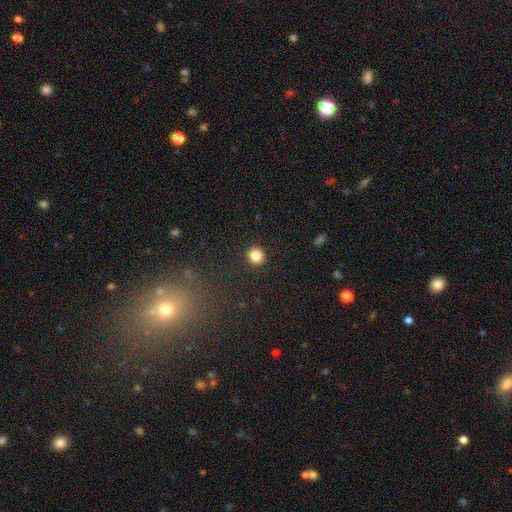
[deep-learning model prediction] smooth_or_featured: smooth (p=0.84) [alt: star or artifact p=0.11]
how_rounded: round (p=0.92) [alt: in between p=0.07]
merging: none (p=0.93) [alt: minor disturbance p=0.05]